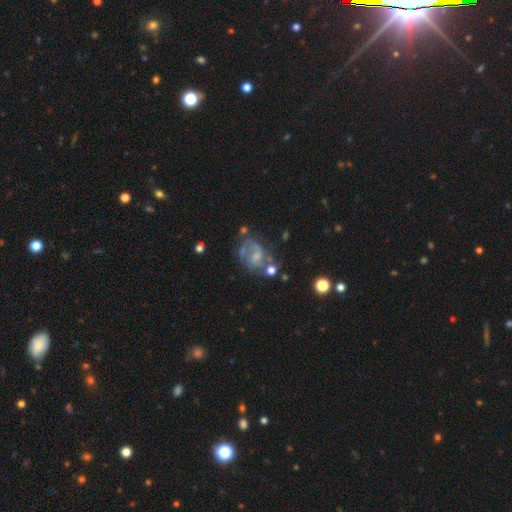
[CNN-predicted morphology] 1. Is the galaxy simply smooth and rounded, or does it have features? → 70% featured or disk, 19% smooth, 10% star or artifact.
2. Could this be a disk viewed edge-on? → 98% no, 2% yes.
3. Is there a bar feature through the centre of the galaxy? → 56% no, 37% weak, 7% strong.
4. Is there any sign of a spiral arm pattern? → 83% yes, 17% no.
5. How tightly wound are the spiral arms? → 47% medium, 28% loose, 24% tight.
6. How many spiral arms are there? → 62% 2, 16% can't tell, 14% 1, 5% 3, 2% 4, 2% more than 4.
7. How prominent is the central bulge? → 53% small, 28% moderate, 15% none, 3% large, 1% dominant.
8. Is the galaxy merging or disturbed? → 43% none, 23% minor disturbance, 22% major disturbance, 12% merger.